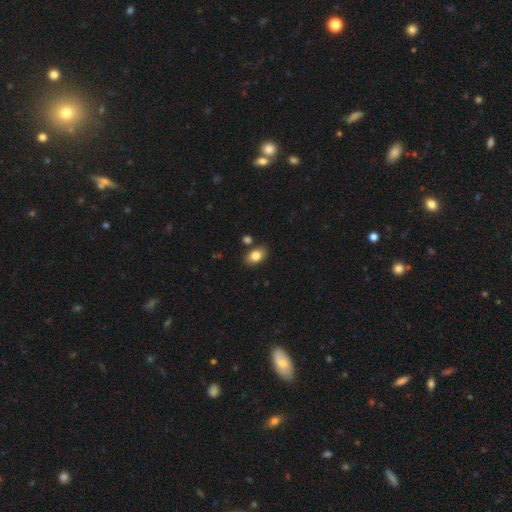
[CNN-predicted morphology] A smooth galaxy with no disk features (83%) that is in between round and cigar-shaped (86%).

Vote fractions:
- Smooth or featured? smooth: 83% / featured or disk: 9% / star or artifact: 8%
- How rounded? in between: 86% / round: 12% / cigar-shaped: 1%
- Merging? none: 81% / minor disturbance: 11% / merger: 5% / major disturbance: 3%